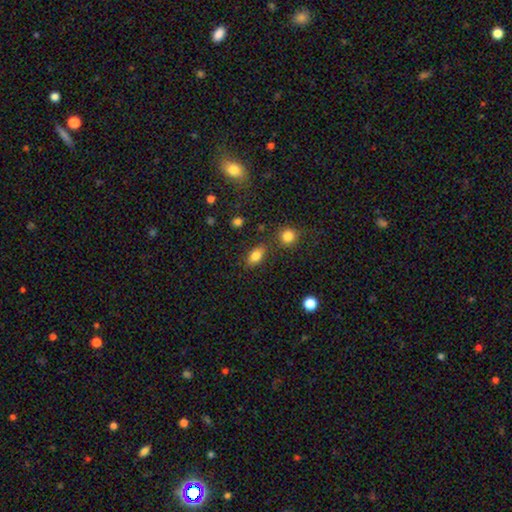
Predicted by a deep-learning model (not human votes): Overall: smooth (83%). How rounded: in between (86%). Merging: none (80%).